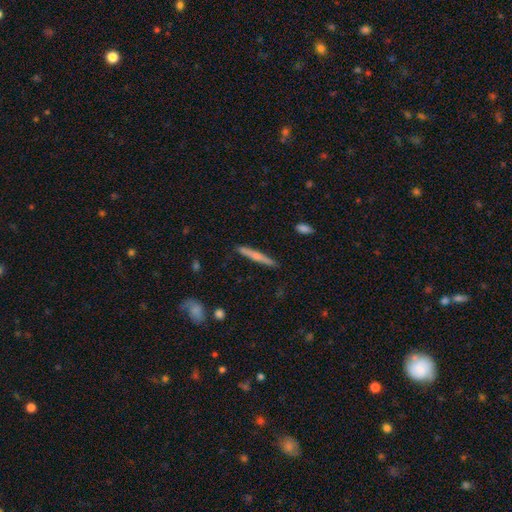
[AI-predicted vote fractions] A smooth galaxy with no disk features (49%). Merging: none (89%).